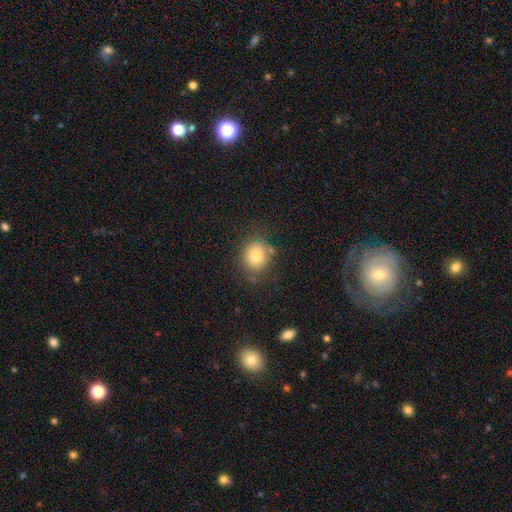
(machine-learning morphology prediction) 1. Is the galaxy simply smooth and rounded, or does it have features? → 80% smooth, 11% star or artifact, 9% featured or disk.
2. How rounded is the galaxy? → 76% round, 23% in between, 1% cigar-shaped.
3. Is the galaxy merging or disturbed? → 76% none, 14% minor disturbance, 5% merger, 4% major disturbance.